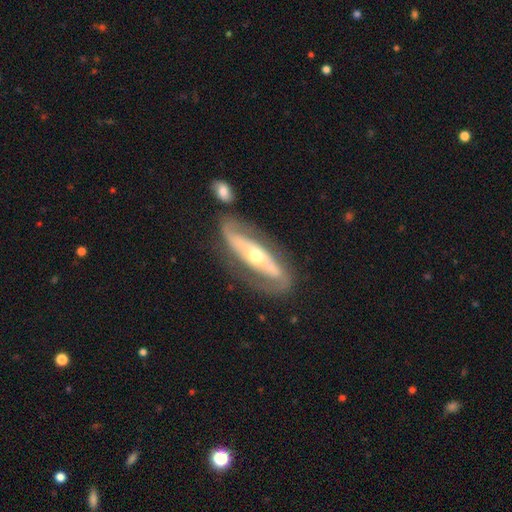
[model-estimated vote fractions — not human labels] Morphology: type=featured or disk (84%); edge-on=no (86%); bar=strong (42%); spiral arms=yes (86%); winding=medium (41%); arm count=2 (87%); bulge=moderate (56%); merging=none (71%).